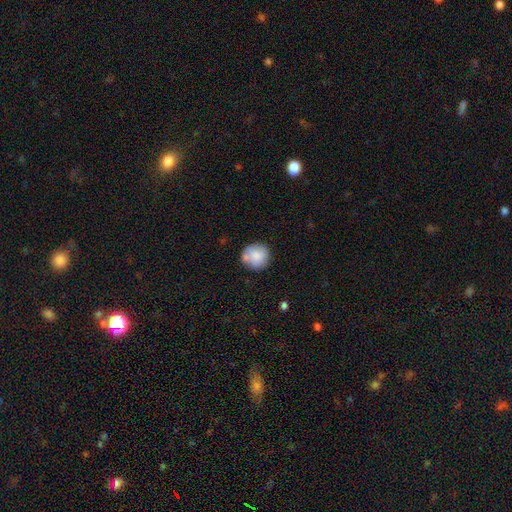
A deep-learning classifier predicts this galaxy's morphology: Smooth or featured? Predicted: smooth (p=0.78). How rounded? Predicted: round (p=0.91). Merging? Predicted: none (p=0.71).